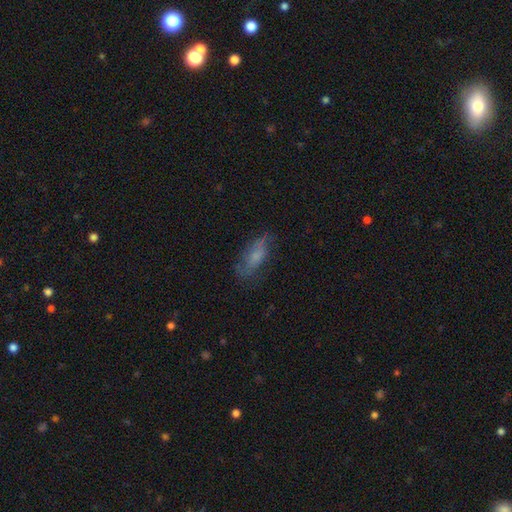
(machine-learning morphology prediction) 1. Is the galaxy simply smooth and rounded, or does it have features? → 57% smooth, 33% featured or disk, 10% star or artifact.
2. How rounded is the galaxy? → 68% in between, 29% cigar-shaped, 3% round.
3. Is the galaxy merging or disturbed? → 61% none, 24% minor disturbance, 12% major disturbance, 2% merger.